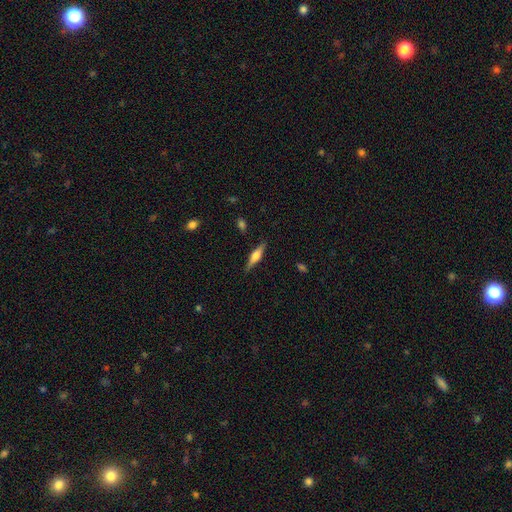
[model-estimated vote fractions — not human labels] featured or disk 59%, smooth 34%, star or artifact 6%. Down the decision tree: edge-on disk — yes (96%); edge-on bulge — rounded (84%); merging — none (87%).